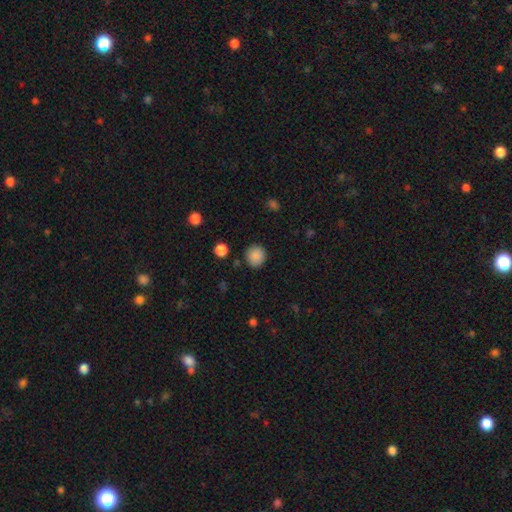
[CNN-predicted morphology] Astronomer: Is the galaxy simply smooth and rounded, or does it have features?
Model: smooth — 87%.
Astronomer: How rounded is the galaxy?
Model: round — 88%.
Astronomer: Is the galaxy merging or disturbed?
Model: none — 88%.